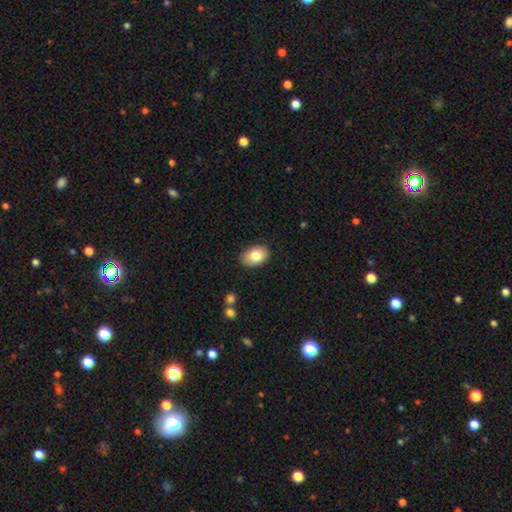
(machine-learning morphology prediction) The model was most divided on "smooth or featured": smooth: 81%, featured or disk: 12%, star or artifact: 7%. More confident: how rounded — in between (87%); merging — none (86%).